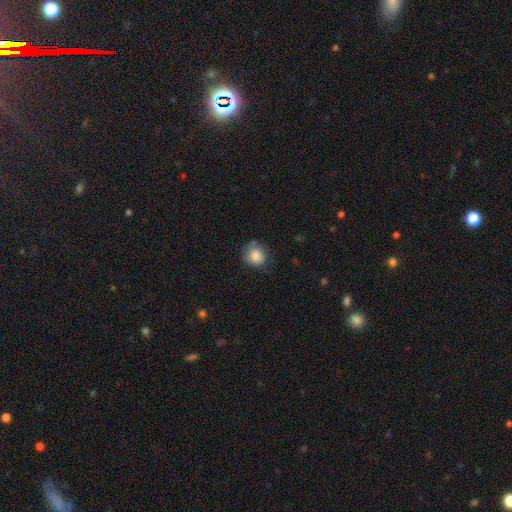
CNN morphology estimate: smooth-or-featured: smooth: 84% | star or artifact: 8% | featured or disk: 8%
  how-rounded: round: 81% | in between: 18% | cigar-shaped: 1%
  merging: none: 66% | minor disturbance: 25% | major disturbance: 7% | merger: 2%